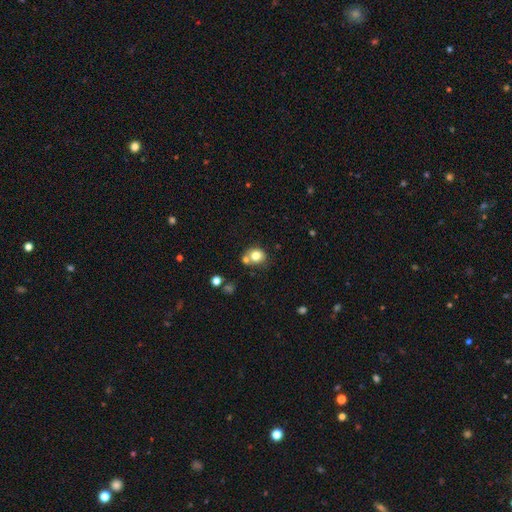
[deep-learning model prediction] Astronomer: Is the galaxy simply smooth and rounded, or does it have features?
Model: smooth — 77%.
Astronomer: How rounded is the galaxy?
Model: round — 71%.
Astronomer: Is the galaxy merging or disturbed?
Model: none — 54%.